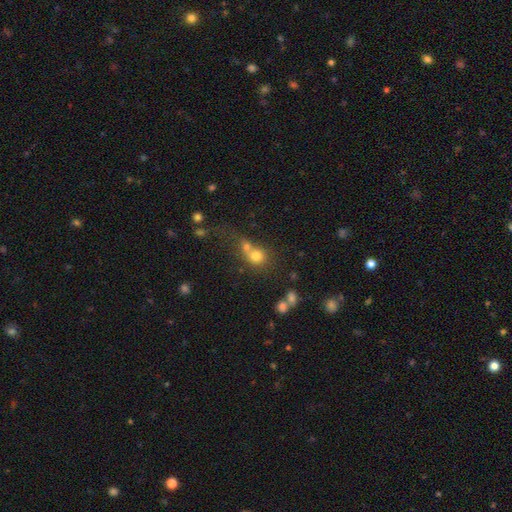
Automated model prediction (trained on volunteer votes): This is likely a smooth galaxy (74%). How rounded: likely round (77%). Merging: possibly merger (52%).